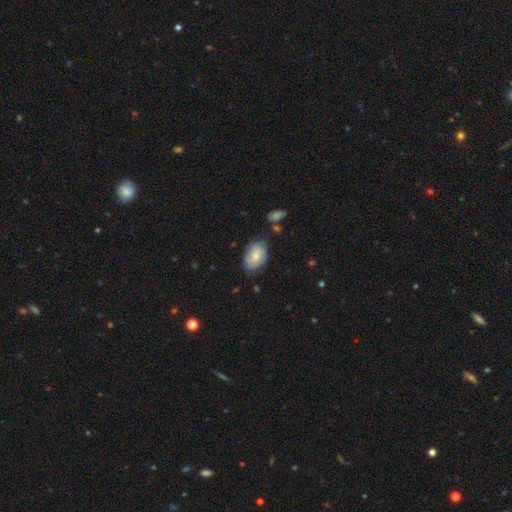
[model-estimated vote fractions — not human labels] Smooth or featured: smooth — 75% (featured or disk — 18%)
How rounded: in between — 89% (round — 10%)
Merging: none — 71% (minor disturbance — 22%)